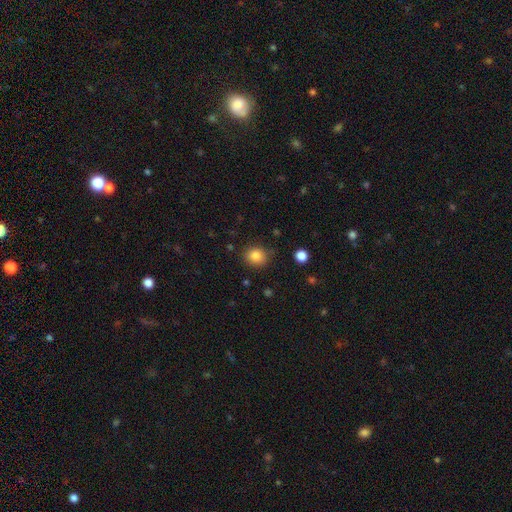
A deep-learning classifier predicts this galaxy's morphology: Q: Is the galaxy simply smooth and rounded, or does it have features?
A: smooth — 84%.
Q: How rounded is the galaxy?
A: round — 77%.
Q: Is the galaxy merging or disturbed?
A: none — 83%.